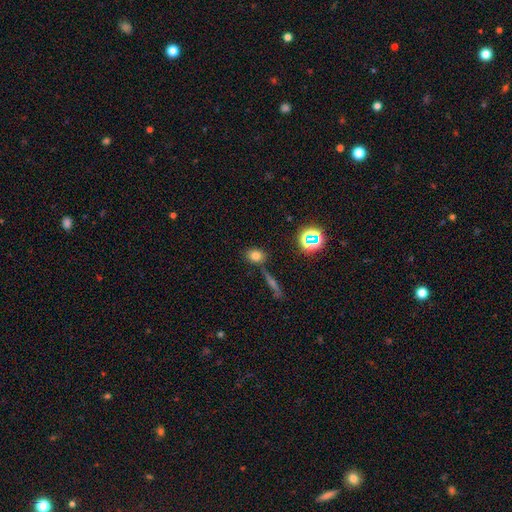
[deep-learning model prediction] This is likely a smooth galaxy (73%). How rounded: likely round (66%). Merging: likely none (75%).